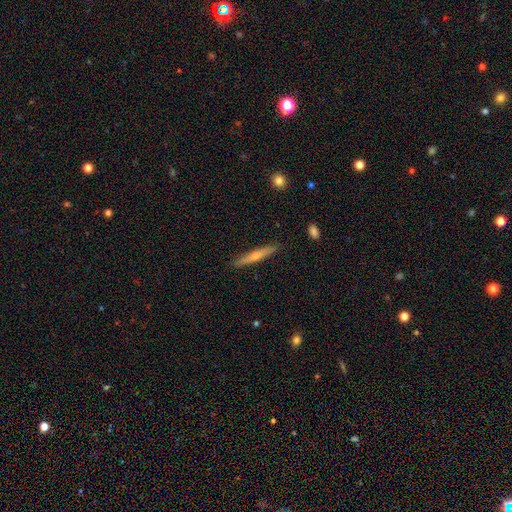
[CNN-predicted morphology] Overall: featured or disk (53%; smooth 41%). Edge-on disk: yes (97%). Edge-on bulge: rounded (72%). Merging: none (91%).